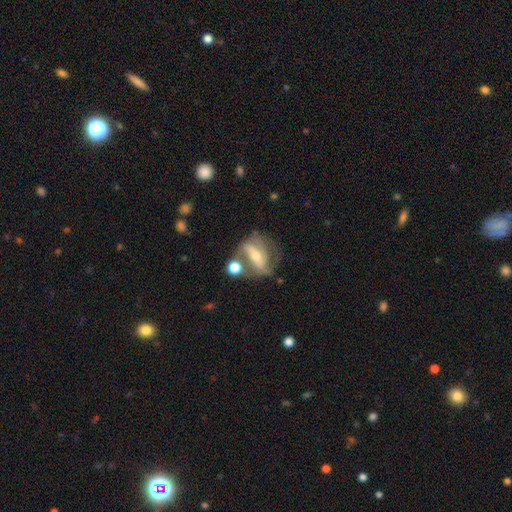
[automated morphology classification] A featured or disk galaxy (72%) with a strong bar (54%), 2 (63%) medium (42%) spiral arms (79%) and a moderate central bulge (47%).

Vote fractions:
- Smooth or featured? featured or disk: 72% / smooth: 19% / star or artifact: 8%
- Edge-on disk? no: 88% / yes: 12%
- Bar? strong: 54% / weak: 27% / no: 20%
- Spiral arms? yes: 79% / no: 21%
- Spiral winding? medium: 42% / loose: 33% / tight: 24%
- Spiral arm count? 2: 63% / can't tell: 18% / 3: 9% / 1: 5% / 4: 2% / more than 4: 2%
- Bulge size? moderate: 47% / small: 46% / large: 4% / none: 2% / dominant: 1%
- Merging? none: 47% / minor disturbance: 19% / merger: 18% / major disturbance: 15%